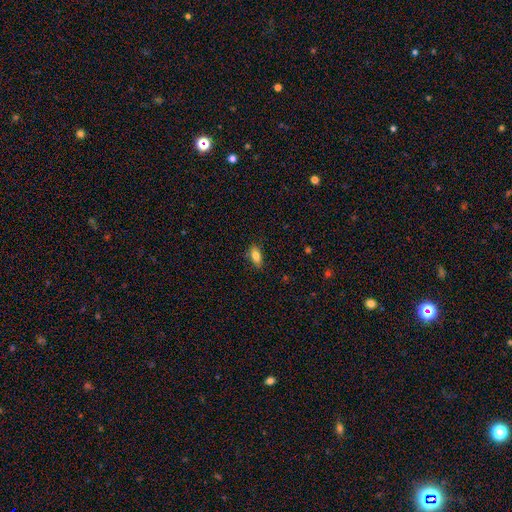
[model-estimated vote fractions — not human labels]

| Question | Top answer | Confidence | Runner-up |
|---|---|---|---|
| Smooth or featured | smooth | 81% | featured or disk (10%) |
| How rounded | in between | 86% | cigar-shaped (9%) |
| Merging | none | 82% | minor disturbance (14%) |